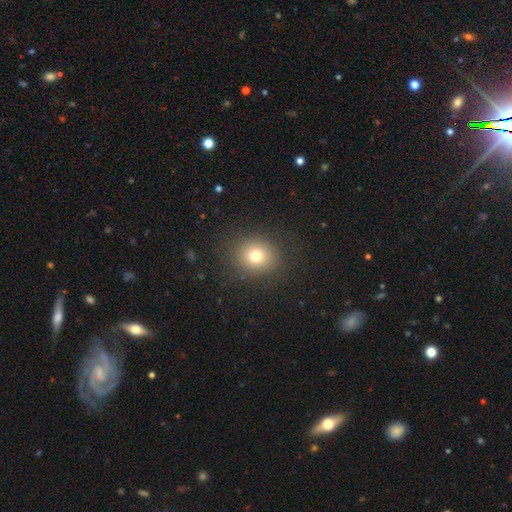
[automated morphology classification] type=smooth (75%); roundness=round (83%); merging=none (89%).